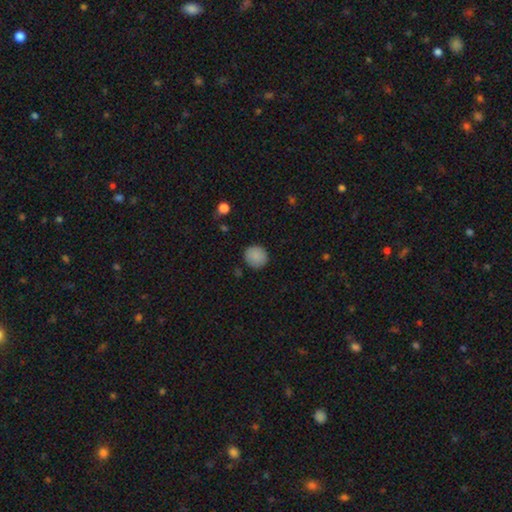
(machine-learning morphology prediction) Smooth or featured? smooth (87%)
How rounded? round (90%)
Merging? none (89%)